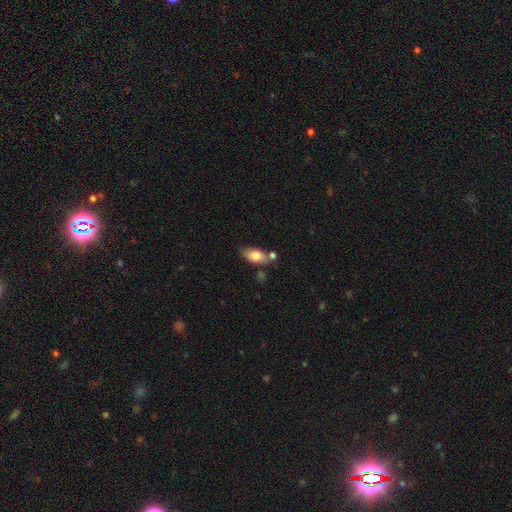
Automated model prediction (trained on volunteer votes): smooth-or-featured: smooth: 83% | featured or disk: 10% | star or artifact: 7%
  how-rounded: in between: 90% | round: 5% | cigar-shaped: 5%
  merging: none: 50% | merger: 24% | minor disturbance: 20% | major disturbance: 6%